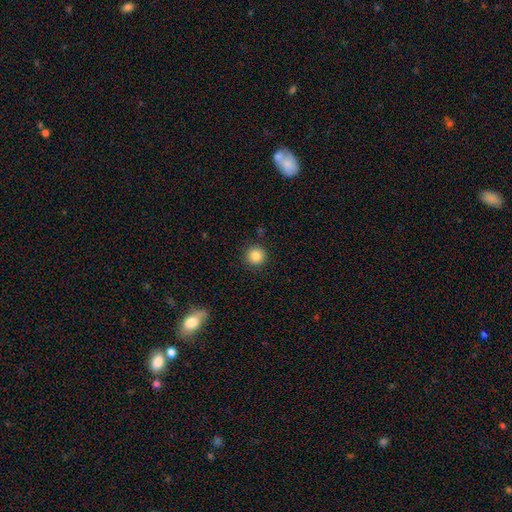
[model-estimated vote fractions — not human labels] Morphology: type=smooth (85%); roundness=round (95%); merging=none (90%).